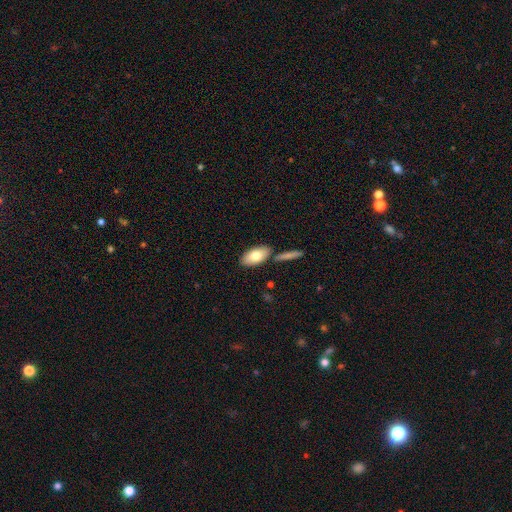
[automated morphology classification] smooth 76%, featured or disk 18%, star or artifact 6%. Down the decision tree: how rounded — in between (92%); merging — none (77%).